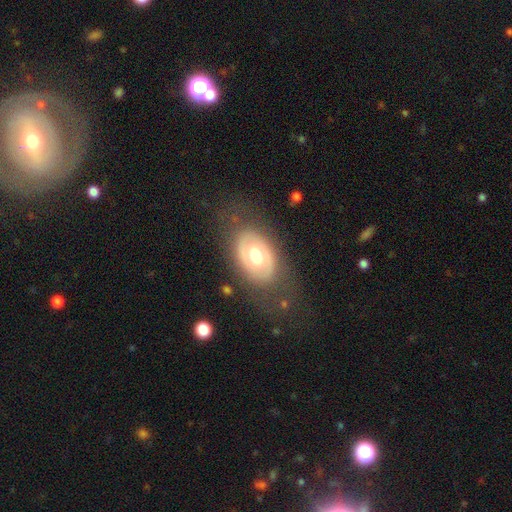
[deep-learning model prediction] Overall: featured or disk (49%; smooth 44%). Merging: none (73%).